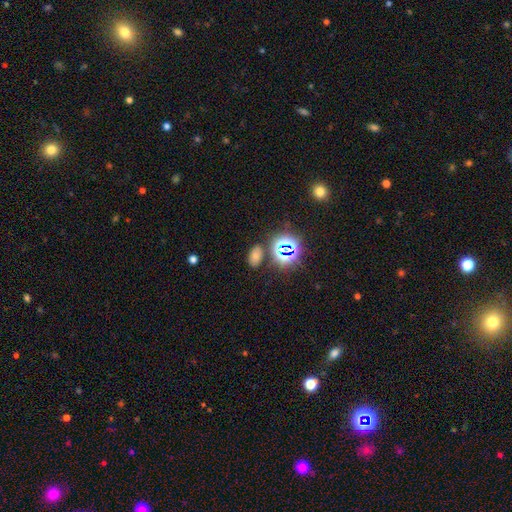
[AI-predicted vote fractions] Smooth or featured?
  - smooth: 61% *
  - star or artifact: 30%
  - featured or disk: 9%
How rounded?
  - in between: 88% *
  - round: 10%
  - cigar-shaped: 2%
Merging?
  - none: 80% *
  - minor disturbance: 11%
  - merger: 5%
  - major disturbance: 4%